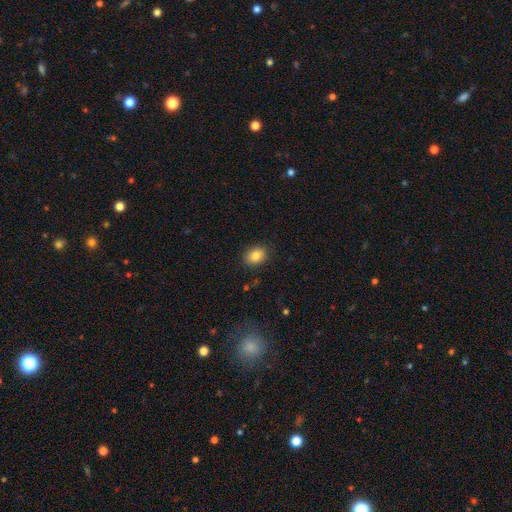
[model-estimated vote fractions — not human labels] smooth_or_featured: smooth (p=0.85) [alt: star or artifact p=0.09]
how_rounded: in between (p=0.66) [alt: round p=0.33]
merging: none (p=0.87) [alt: minor disturbance p=0.09]